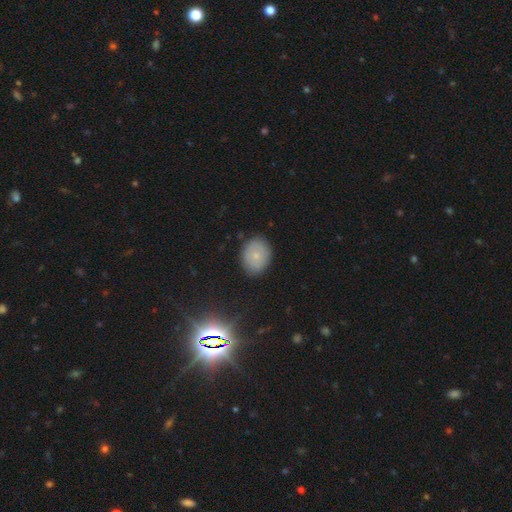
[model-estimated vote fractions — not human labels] Smooth or featured?
  - smooth: 72% *
  - featured or disk: 17%
  - star or artifact: 11%
How rounded?
  - round: 52% *
  - in between: 47%
  - cigar-shaped: 1%
Merging?
  - none: 85% *
  - minor disturbance: 11%
  - major disturbance: 3%
  - merger: 1%